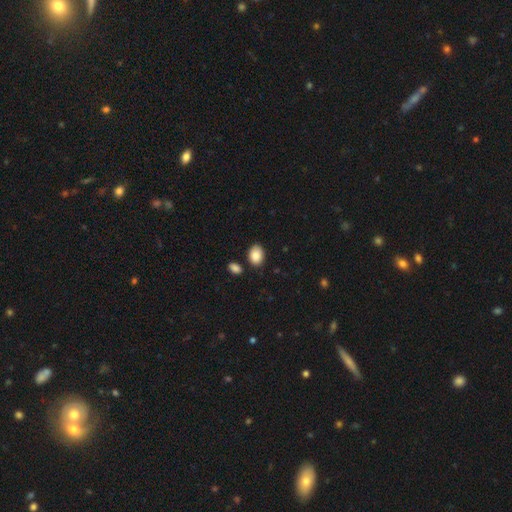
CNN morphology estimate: Smooth or featured? Predicted: smooth (p=0.87). How rounded? Predicted: in between (p=0.79). Merging? Predicted: none (p=0.80).